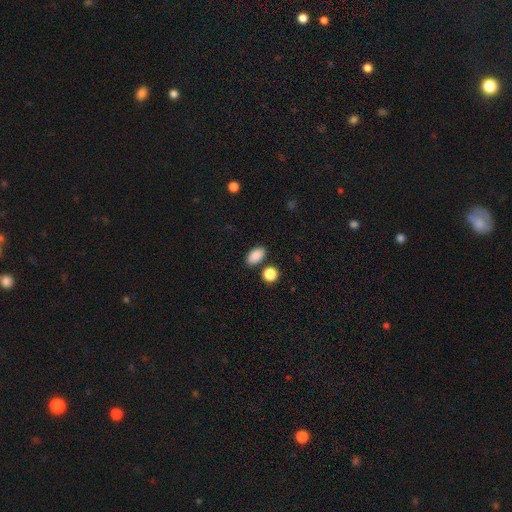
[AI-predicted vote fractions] Smooth or featured?
  - smooth: 88% *
  - star or artifact: 9%
  - featured or disk: 4%
How rounded?
  - in between: 89% *
  - round: 9%
  - cigar-shaped: 2%
Merging?
  - none: 81% *
  - minor disturbance: 10%
  - merger: 6%
  - major disturbance: 3%